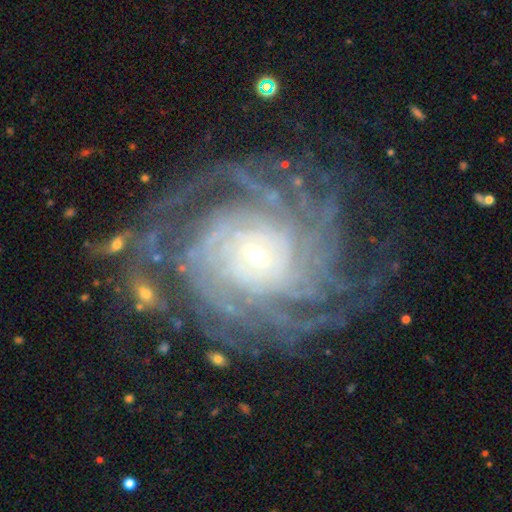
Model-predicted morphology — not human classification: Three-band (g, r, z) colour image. It shows a featured or disk galaxy (90%) with no bar (63%), more than 4 (30%) tight (75%) spiral arms (98%) and a small central bulge (74%). Merging: none (72%).